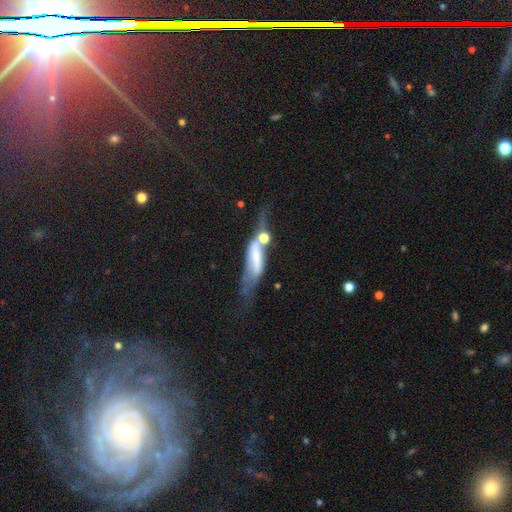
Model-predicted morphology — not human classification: This appears to be a featured or disk galaxy (57%). Merging: merger (30%).